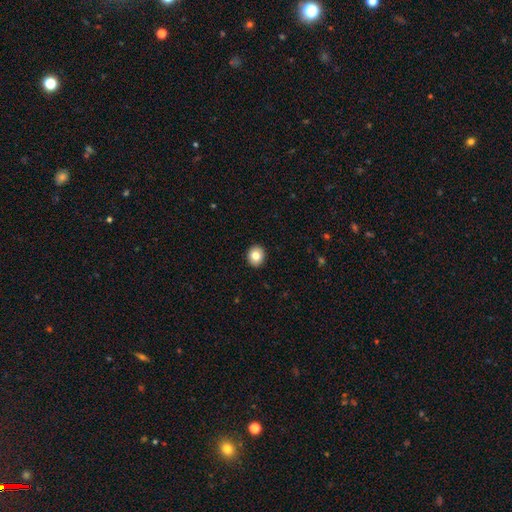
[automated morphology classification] Smooth or featured? Predicted: smooth (p=0.82). How rounded? Predicted: round (p=0.73). Merging? Predicted: none (p=0.92).